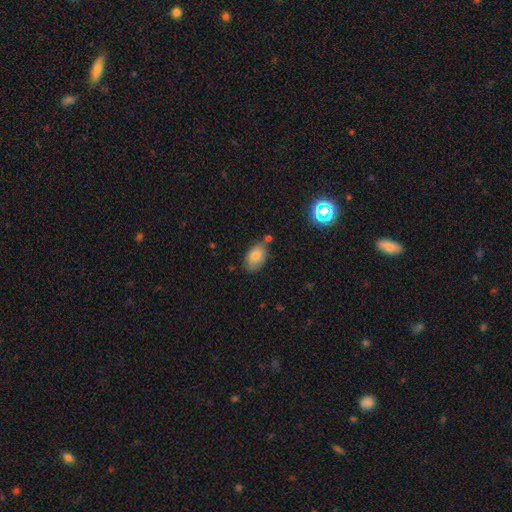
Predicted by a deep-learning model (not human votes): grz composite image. It shows a smooth galaxy with no disk features (79%) that is in between round and cigar-shaped (91%). Merging: none (65%).